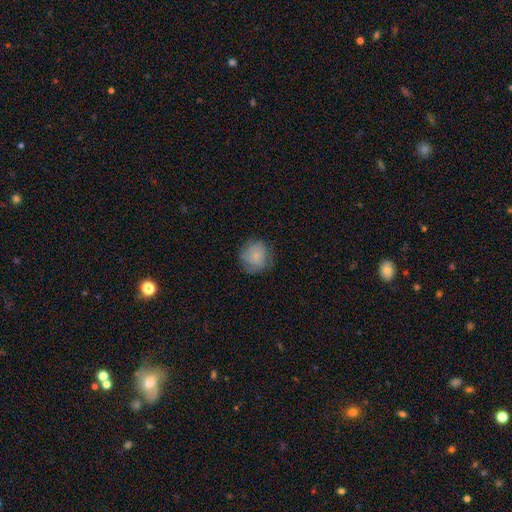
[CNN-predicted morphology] Q: Smooth or featured?
A: smooth (78%); runner-up: featured or disk (14%)
Q: How rounded?
A: round (90%); runner-up: in between (9%)
Q: Merging?
A: none (76%); runner-up: minor disturbance (18%)